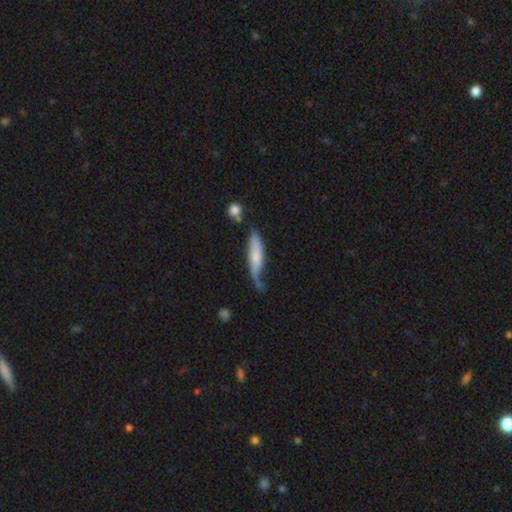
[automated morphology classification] Smooth or featured?
  - smooth: 57% *
  - featured or disk: 37%
  - star or artifact: 6%
How rounded?
  - cigar-shaped: 69% *
  - in between: 29%
  - round: 2%
Merging?
  - none: 37% *
  - minor disturbance: 33%
  - major disturbance: 22%
  - merger: 8%